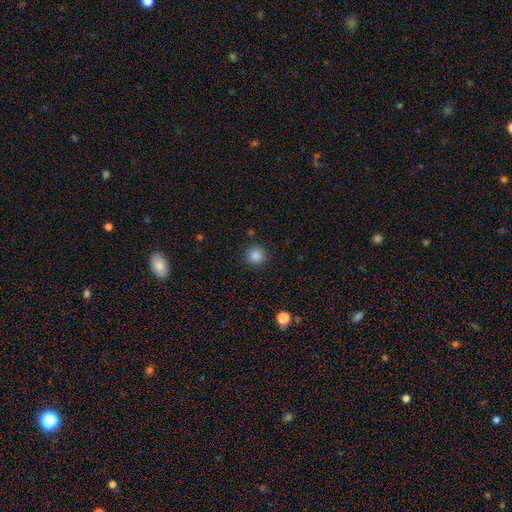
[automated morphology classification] type=smooth (86%); roundness=round (94%); merging=none (89%).